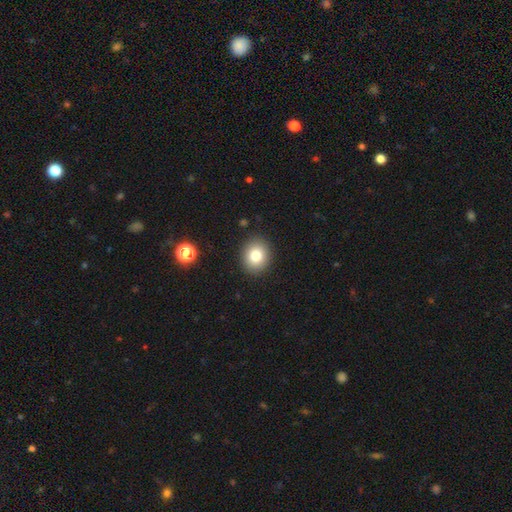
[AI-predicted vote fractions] This appears to be a smooth galaxy with no disk features (80%) that is round (70%). Merging: none (90%).